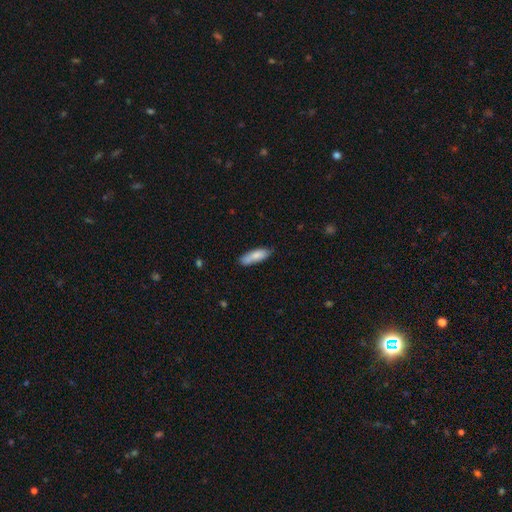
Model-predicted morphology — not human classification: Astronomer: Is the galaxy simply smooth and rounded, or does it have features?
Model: smooth — 81%.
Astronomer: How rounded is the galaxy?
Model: in between — 53% (runner-up: cigar-shaped, 46%).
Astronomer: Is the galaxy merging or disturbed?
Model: none — 70%.